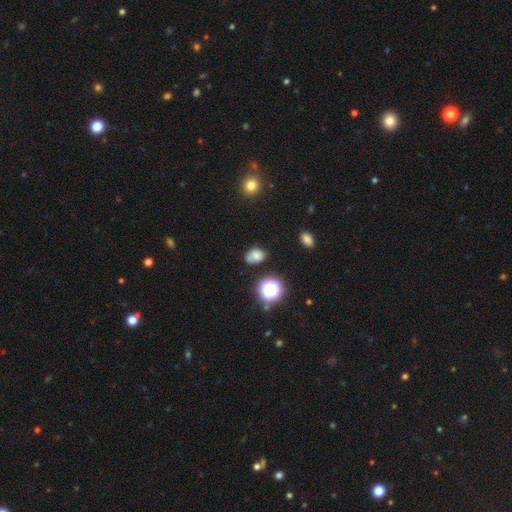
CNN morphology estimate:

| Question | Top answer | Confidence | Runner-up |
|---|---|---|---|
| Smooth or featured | smooth | 72% | star or artifact (17%) |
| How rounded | in between | 70% | round (29%) |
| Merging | none | 64% | minor disturbance (24%) |